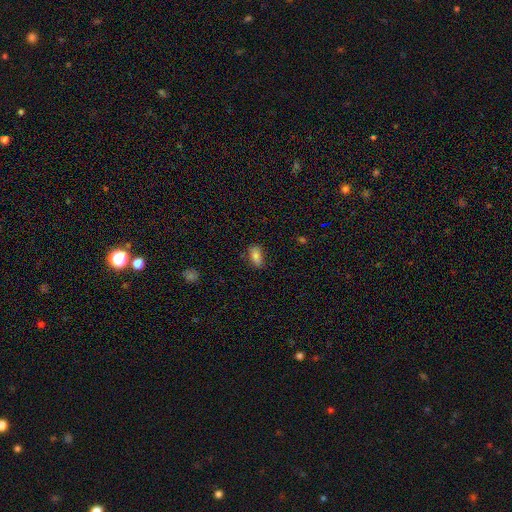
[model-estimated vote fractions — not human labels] Overall: smooth (80%). How rounded: in between (88%). Merging: none (77%).